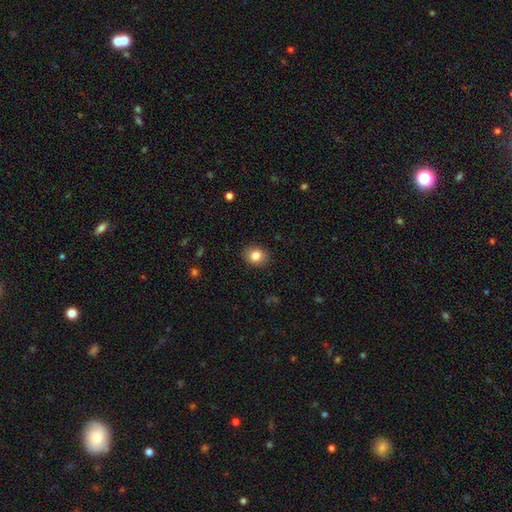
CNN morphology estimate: The model was most divided on "how rounded": round: 63%, in between: 37%, cigar-shaped: 1%. More confident: merging — none (89%); smooth or featured — smooth (84%).